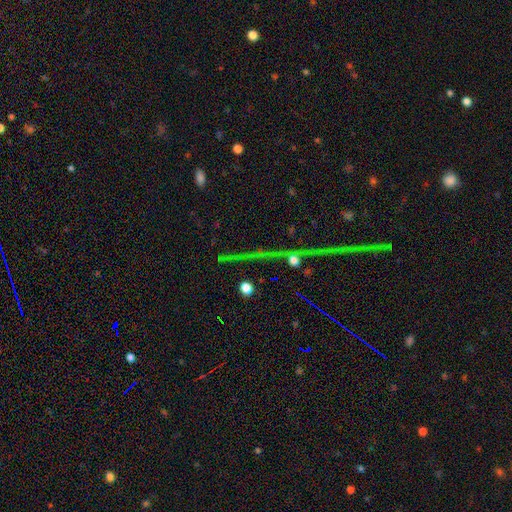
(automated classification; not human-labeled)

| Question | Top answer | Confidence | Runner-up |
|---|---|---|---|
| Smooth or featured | star or artifact | 71% | featured or disk (17%) |